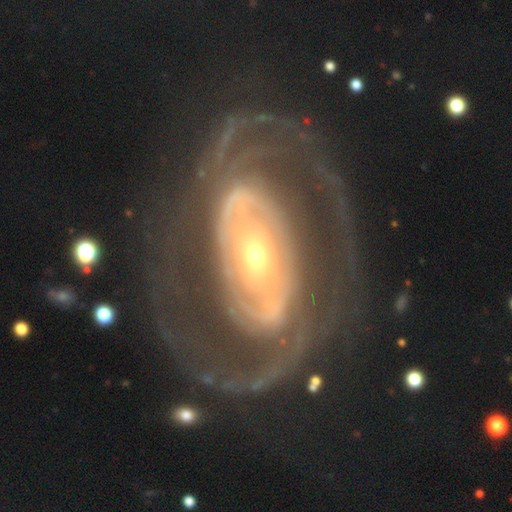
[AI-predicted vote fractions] smooth_or_featured: featured or disk (p=0.88) [alt: smooth p=0.07]
disk_edge_on: no (p=0.95) [alt: yes p=0.05]
bar: no (p=0.47) [alt: strong p=0.27]
has_spiral_arms: yes (p=0.88) [alt: no p=0.12]
spiral_winding: tight (p=0.43) [alt: medium p=0.39]
spiral_arm_count: 2 (p=0.57) [alt: can't tell p=0.17]
bulge_size: small (p=0.57) [alt: moderate p=0.36]
merging: none (p=0.64) [alt: major disturbance p=0.20]